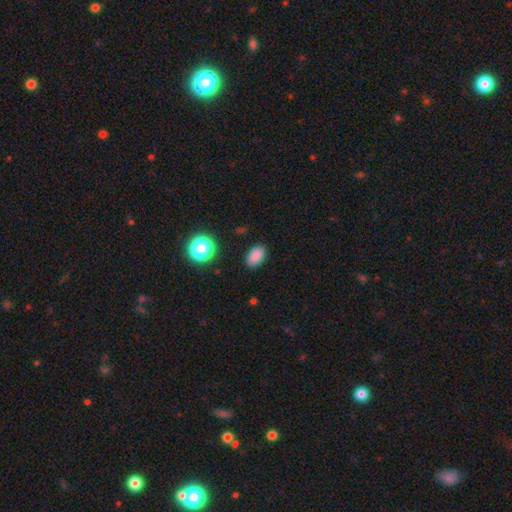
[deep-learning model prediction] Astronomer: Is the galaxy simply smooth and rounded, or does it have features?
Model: smooth — 85%.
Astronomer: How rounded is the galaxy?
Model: in between — 87%.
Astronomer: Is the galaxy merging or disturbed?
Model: none — 87%.